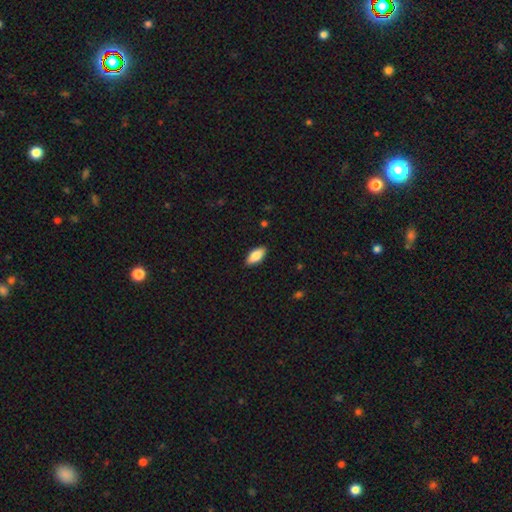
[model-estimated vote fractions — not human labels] A smooth galaxy with no disk features (81%) that is in between round and cigar-shaped (87%). Merging: none (89%).